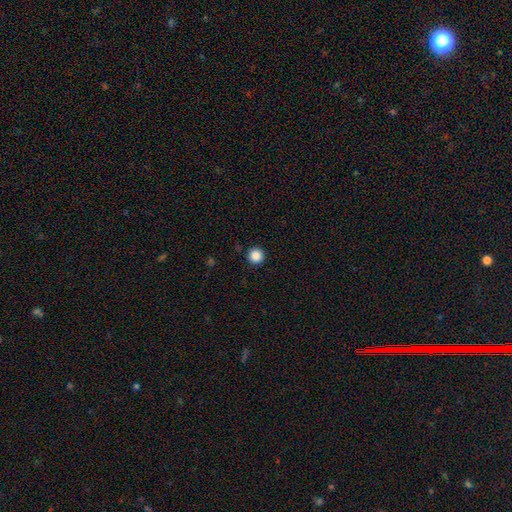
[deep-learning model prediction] Smooth or featured? smooth (87%)
How rounded? round (96%)
Merging? none (93%)